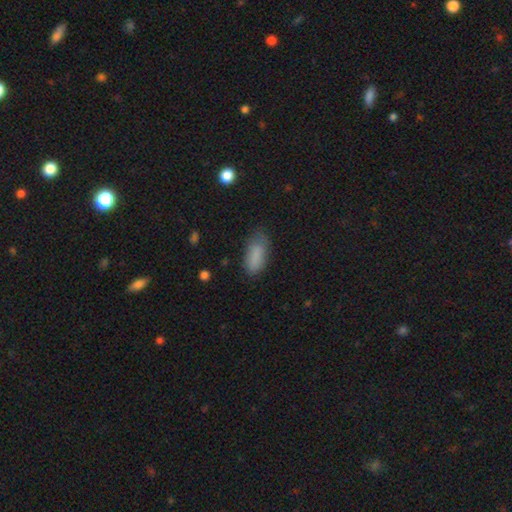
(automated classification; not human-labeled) Morphology: type=smooth (85%); roundness=in between (82%); merging=none (66%).